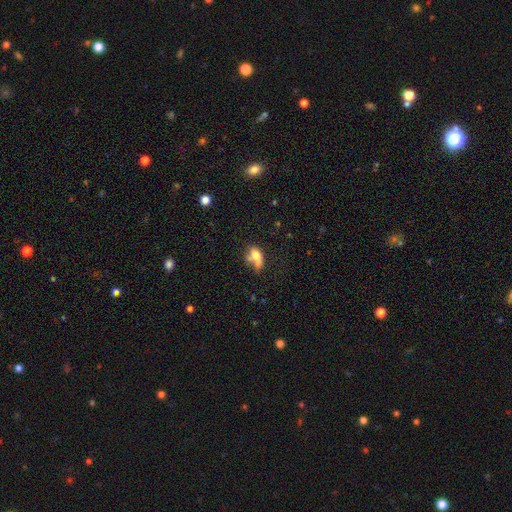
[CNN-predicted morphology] This appears to be a smooth galaxy with no disk features (66%) that is in between round and cigar-shaped (81%). Merging: merger (32%).